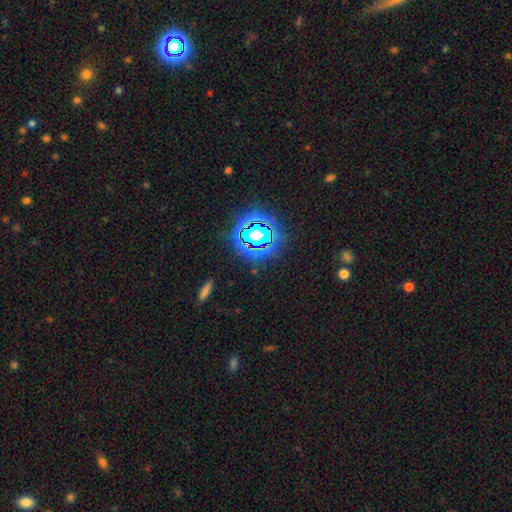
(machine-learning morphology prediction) The model was most divided on "smooth or featured": star or artifact: 80%, smooth: 13%, featured or disk: 7%.